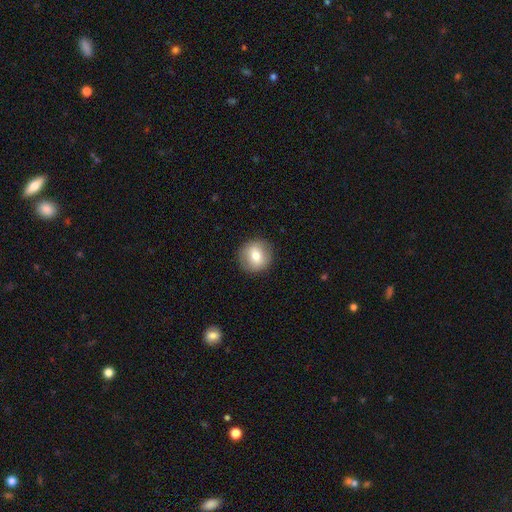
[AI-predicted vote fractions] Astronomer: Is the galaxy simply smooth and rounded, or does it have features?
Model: smooth — 71%.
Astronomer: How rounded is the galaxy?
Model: round — 92%.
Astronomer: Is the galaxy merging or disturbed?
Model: none — 90%.